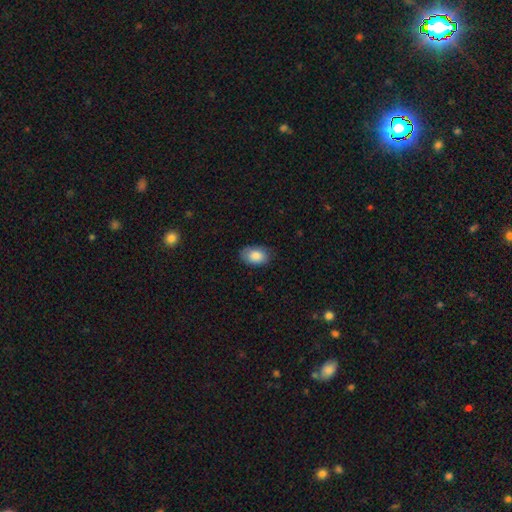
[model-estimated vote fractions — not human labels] Morphology: type=smooth (85%); roundness=in between (90%); merging=none (80%).